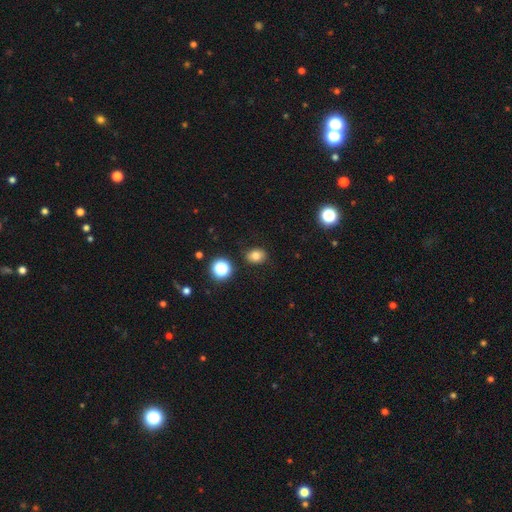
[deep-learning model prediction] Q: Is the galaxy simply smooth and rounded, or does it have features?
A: smooth — 77%.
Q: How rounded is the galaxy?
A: round — 50%.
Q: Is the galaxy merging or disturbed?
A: none — 86%.